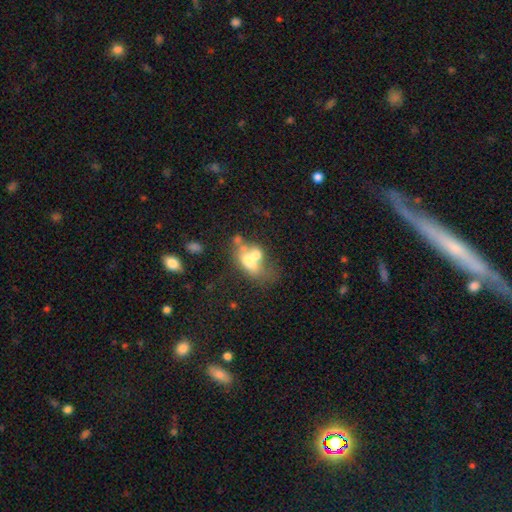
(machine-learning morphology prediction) This appears to be a smooth galaxy with no disk features (51%) that is in between round and cigar-shaped (75%). Merging: merger (59%).